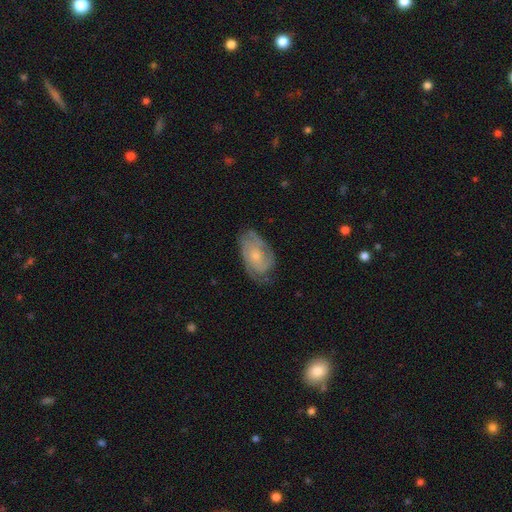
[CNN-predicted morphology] The model was most divided on "spiral arm count": 2: 39%, can't tell: 33%, 3: 14%, 1: 6%, 4: 4%, more than 4: 3%. More confident: edge-on disk — no (96%); spiral arms — yes (89%); bar — no (76%); smooth or featured — featured or disk (71%); merging — none (64%); bulge size — small (57%); spiral winding — tight (55%).